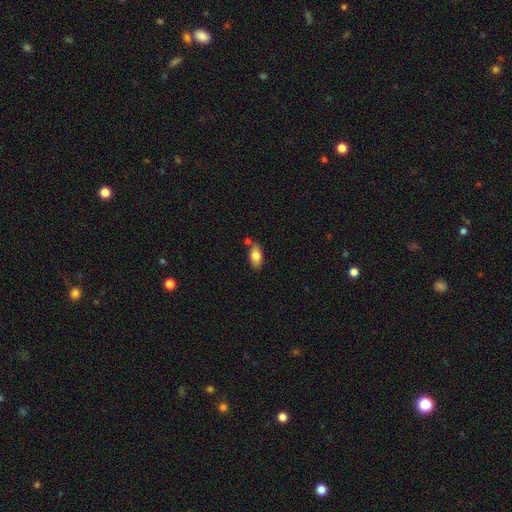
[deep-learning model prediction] A smooth galaxy with no disk features (79%) that is in between round and cigar-shaped (91%). Merging: none (72%).